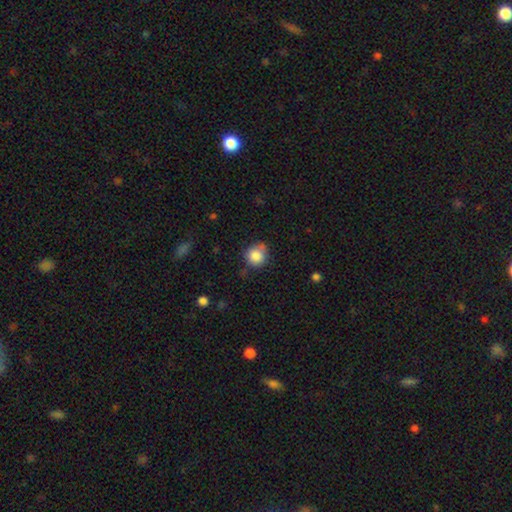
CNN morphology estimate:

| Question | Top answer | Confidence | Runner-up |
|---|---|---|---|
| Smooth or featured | smooth | 85% | star or artifact (9%) |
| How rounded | round | 90% | in between (9%) |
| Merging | none | 69% | minor disturbance (18%) |